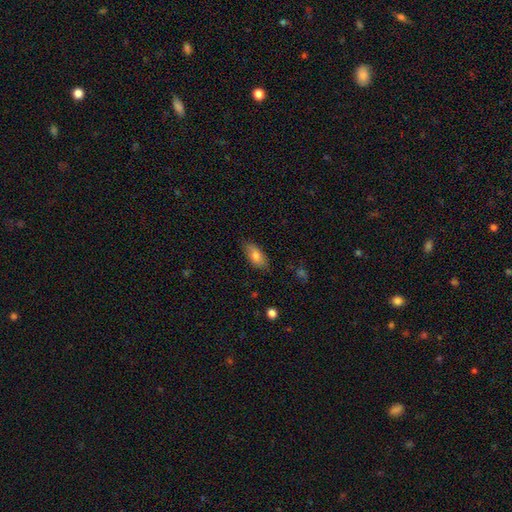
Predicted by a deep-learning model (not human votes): A smooth galaxy with no disk features (80%) that is in between round and cigar-shaped (88%).

Vote fractions:
- Smooth or featured? smooth: 80% / featured or disk: 12% / star or artifact: 7%
- How rounded? in between: 88% / cigar-shaped: 9% / round: 3%
- Merging? none: 81% / minor disturbance: 15% / major disturbance: 3% / merger: 1%